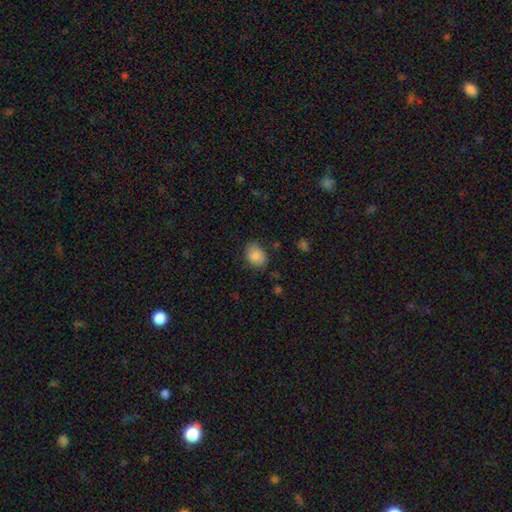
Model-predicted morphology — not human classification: Smooth or featured: smooth — 85% (star or artifact — 8%)
How rounded: in between — 64% (round — 35%)
Merging: none — 72% (minor disturbance — 21%)